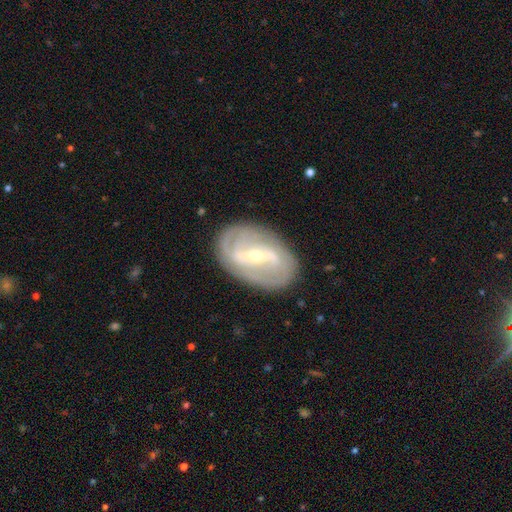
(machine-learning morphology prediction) Smooth or featured: featured or disk — 82% (smooth — 12%)
Edge-on disk: no — 94% (yes — 6%)
Bar: strong — 62% (weak — 30%)
Spiral arms: yes — 80% (no — 20%)
Spiral winding: tight — 45% (medium — 35%)
Spiral arm count: 2 — 60% (can't tell — 25%)
Bulge size: small — 57% (moderate — 39%)
Merging: none — 81% (minor disturbance — 13%)